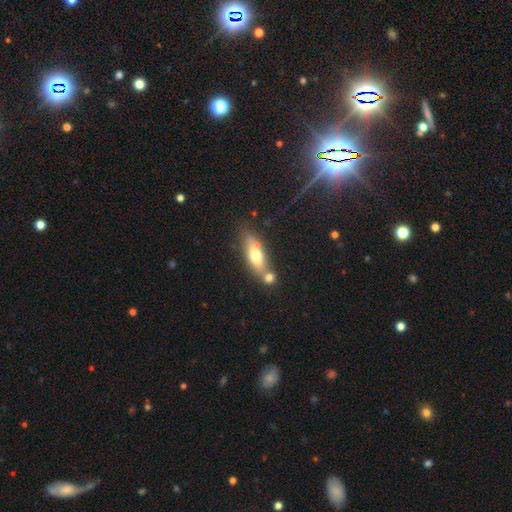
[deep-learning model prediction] Overall: smooth (62%; featured or disk 30%). How rounded: in between (61%; cigar-shaped 35%). Merging: none (48%; merger 33%).